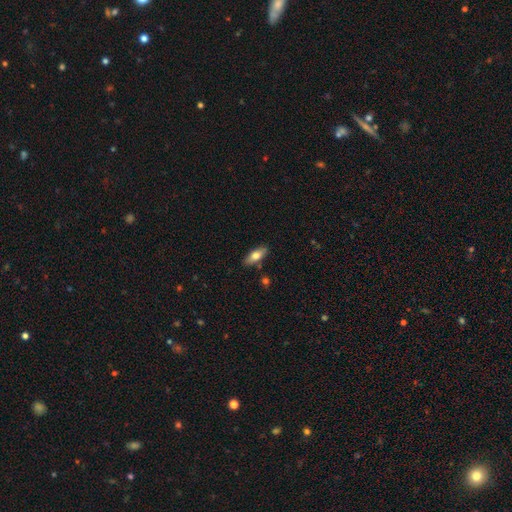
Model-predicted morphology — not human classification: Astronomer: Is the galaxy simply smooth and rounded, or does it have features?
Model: smooth — 70%.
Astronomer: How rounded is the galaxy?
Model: in between — 70%.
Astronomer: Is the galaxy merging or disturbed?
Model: none — 84%.